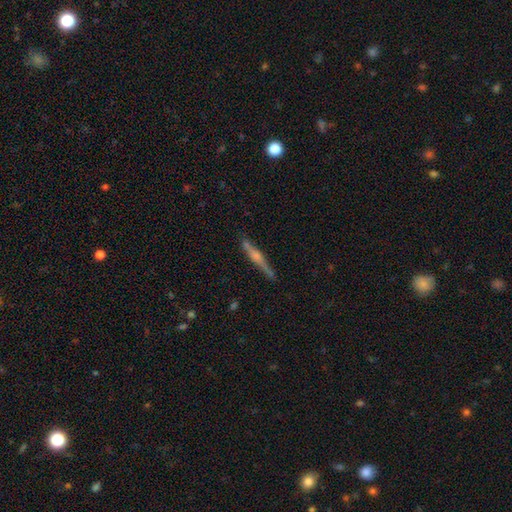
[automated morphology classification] Smooth or featured? Predicted: featured or disk (p=0.68). Edge-on disk? Predicted: yes (p=0.97). Edge-on bulge? Predicted: rounded (p=0.73). Merging? Predicted: none (p=0.83).